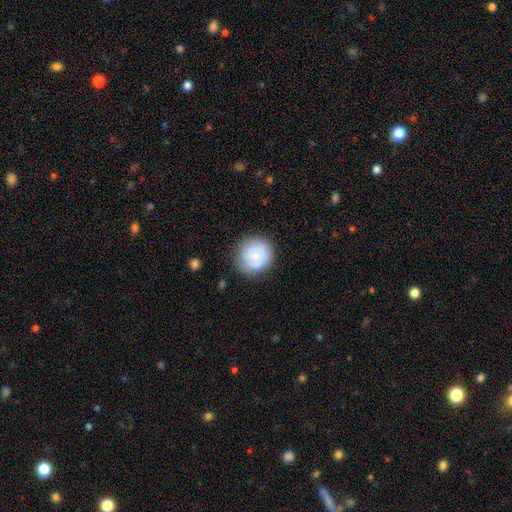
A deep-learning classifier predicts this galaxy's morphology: Overall: smooth (70%). How rounded: round (93%). Merging: none (78%).